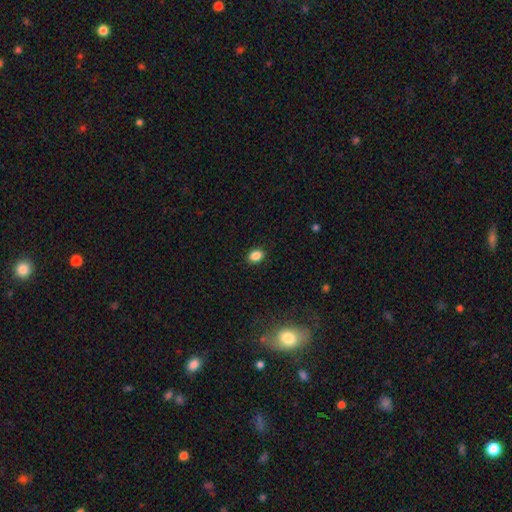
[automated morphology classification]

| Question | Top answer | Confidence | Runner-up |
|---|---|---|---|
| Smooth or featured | smooth | 87% | star or artifact (10%) |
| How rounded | in between | 70% | round (29%) |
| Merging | none | 89% | minor disturbance (8%) |